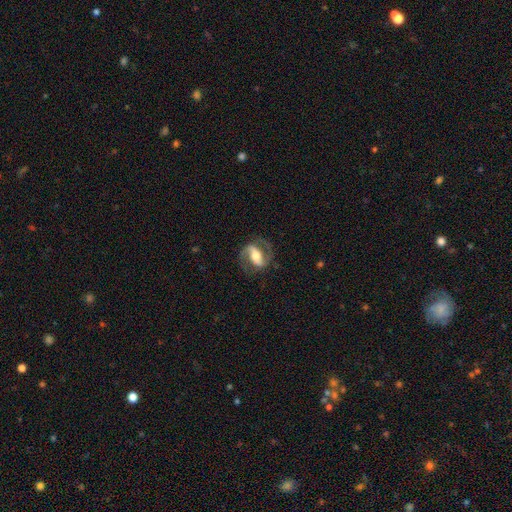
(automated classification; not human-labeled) A featured or disk galaxy (82%) with a strong bar (54%), 2 (90%) medium (53%) spiral arms (92%) and a moderate central bulge (56%). Merging: none (76%).